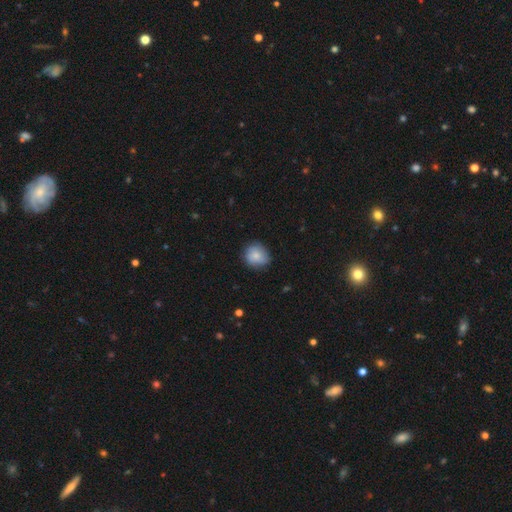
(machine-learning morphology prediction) Smooth or featured? smooth (76%)
How rounded? round (81%)
Merging? none (74%)